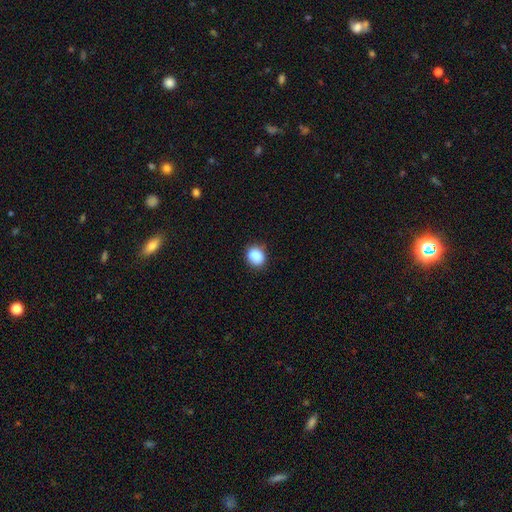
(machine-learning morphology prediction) Overall: smooth (86%). How rounded: round (55%; in between 44%). Merging: none (79%).